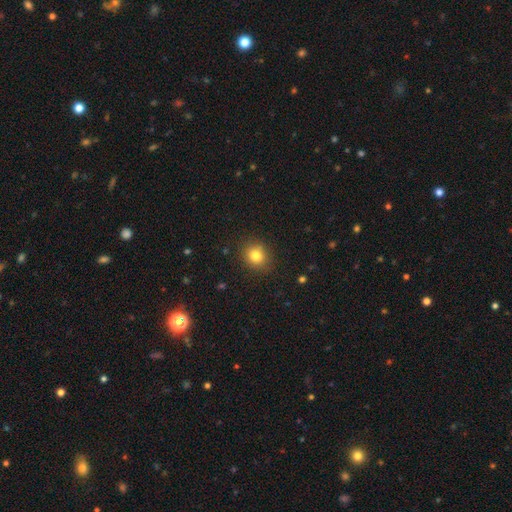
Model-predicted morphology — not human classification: smooth 80%, star or artifact 12%, featured or disk 7%. Down the decision tree: how rounded — round (77%); merging — none (88%).